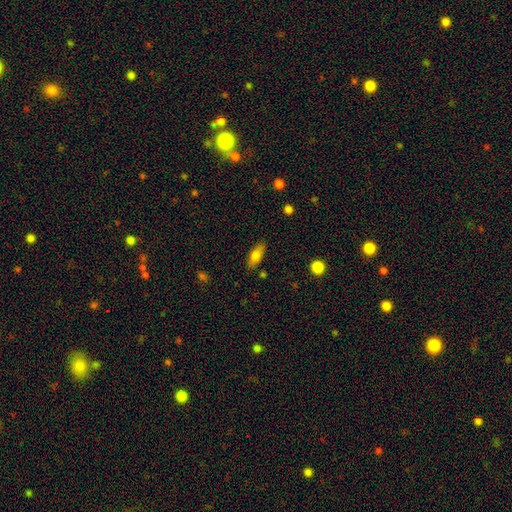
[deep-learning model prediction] smooth_or_featured: smooth (p=0.74) [alt: featured or disk p=0.19]
how_rounded: in between (p=0.74) [alt: cigar-shaped p=0.23]
merging: none (p=0.83) [alt: minor disturbance p=0.12]